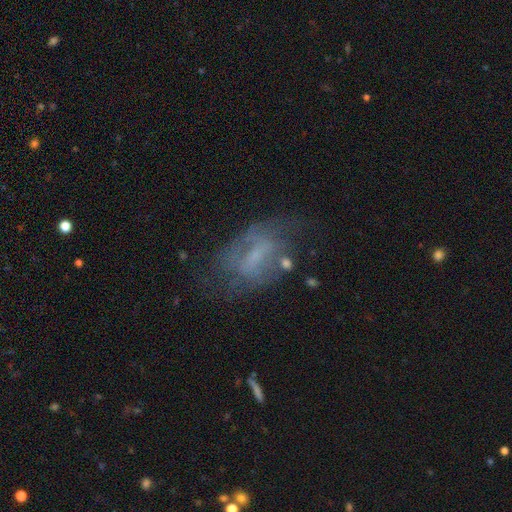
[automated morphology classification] The model was most divided on "smooth or featured": featured or disk: 54%, smooth: 33%, star or artifact: 13%. More confident: edge-on disk — no (92%); merging — none (50%).